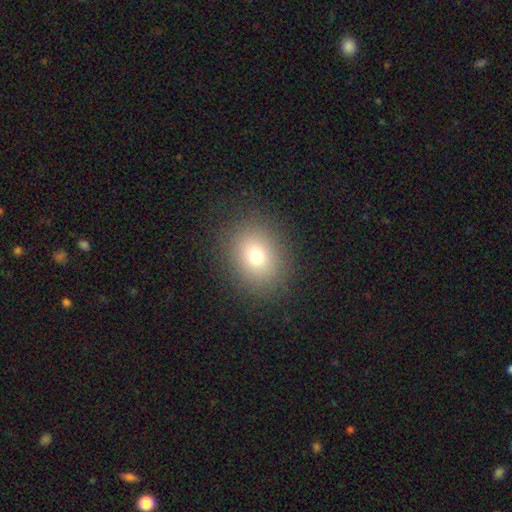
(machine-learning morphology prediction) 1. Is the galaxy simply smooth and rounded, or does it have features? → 74% smooth, 15% star or artifact, 11% featured or disk.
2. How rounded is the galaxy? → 56% round, 43% in between, 1% cigar-shaped.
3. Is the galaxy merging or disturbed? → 86% none, 9% minor disturbance, 4% major disturbance, 1% merger.